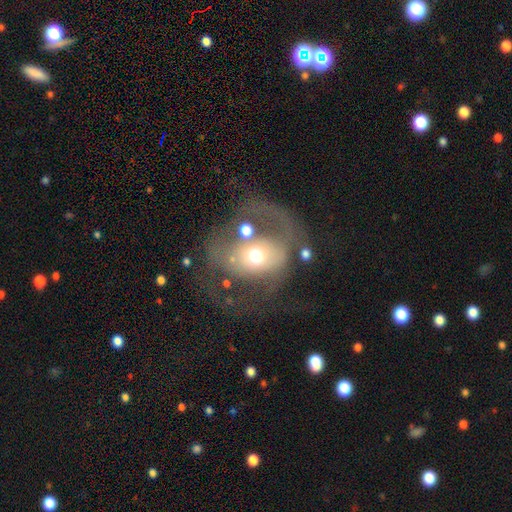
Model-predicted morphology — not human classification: smooth_or_featured: featured or disk (p=0.53) [alt: smooth p=0.36]
disk_edge_on: no (p=0.95) [alt: yes p=0.05]
bar: no (p=0.77) [alt: weak p=0.17]
has_spiral_arms: no (p=0.51) [alt: yes p=0.49]
bulge_size: moderate (p=0.64) [alt: small p=0.20]
merging: major disturbance (p=0.46) [alt: none p=0.28]